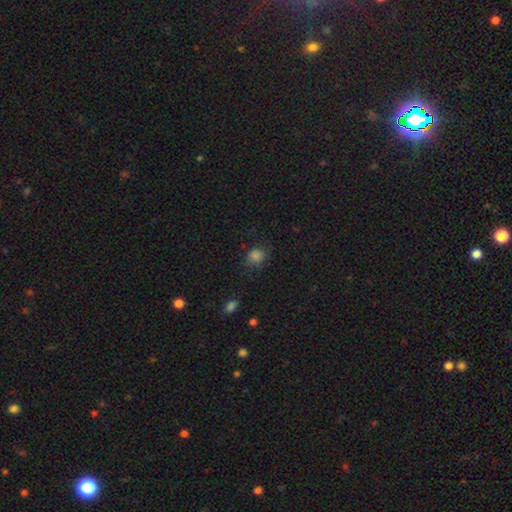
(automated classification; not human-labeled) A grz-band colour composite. It shows a smooth galaxy with no disk features (82%) that is round (68%). Merging: none (67%).